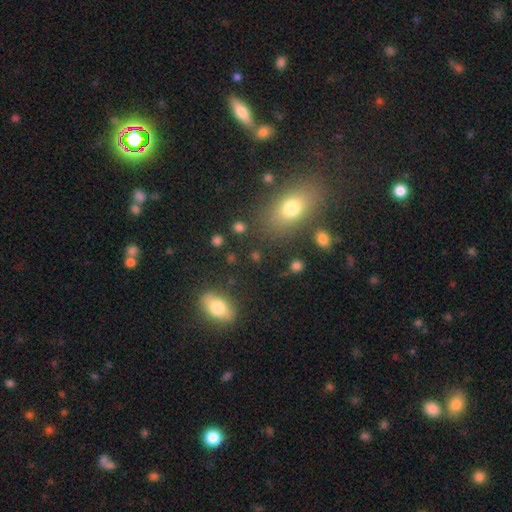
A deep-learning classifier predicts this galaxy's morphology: smooth 66%, star or artifact 19%, featured or disk 14%. Down the decision tree: how rounded — in between (62%); merging — none (76%).